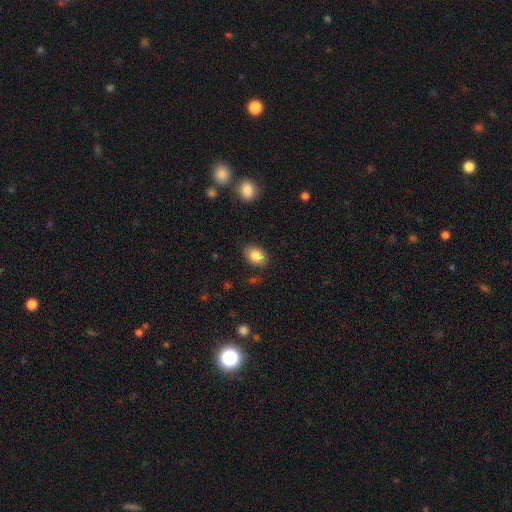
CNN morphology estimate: This appears to be a smooth galaxy with no disk features (84%) that is in between round and cigar-shaped (79%). Merging: none (85%).